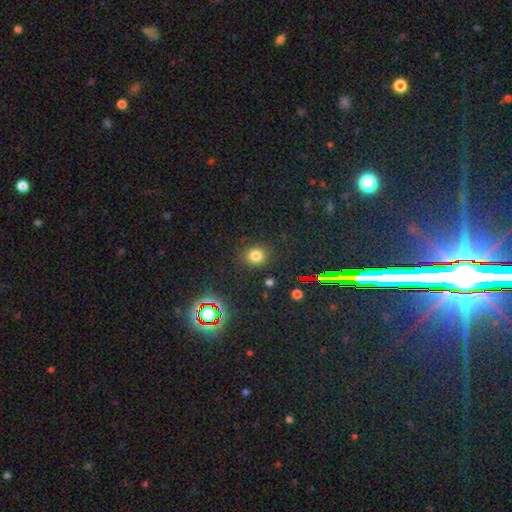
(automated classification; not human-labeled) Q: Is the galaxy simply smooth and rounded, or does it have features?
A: smooth — 74%.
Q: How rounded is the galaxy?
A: round — 84%.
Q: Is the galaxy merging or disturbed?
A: none — 85%.